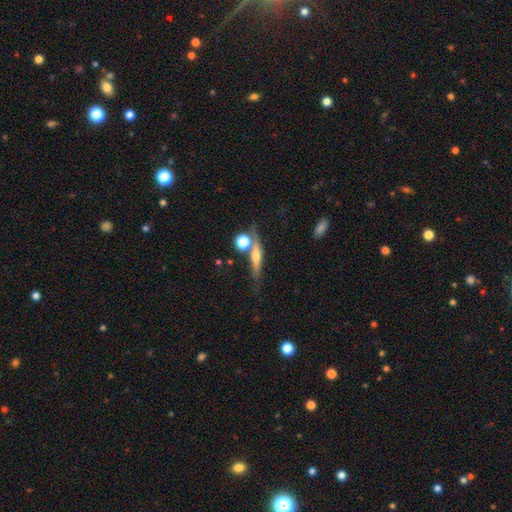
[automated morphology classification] This is possibly a featured or disk galaxy (55%). It is clearly viewed edge-on (91%). Merging: likely none (65%).